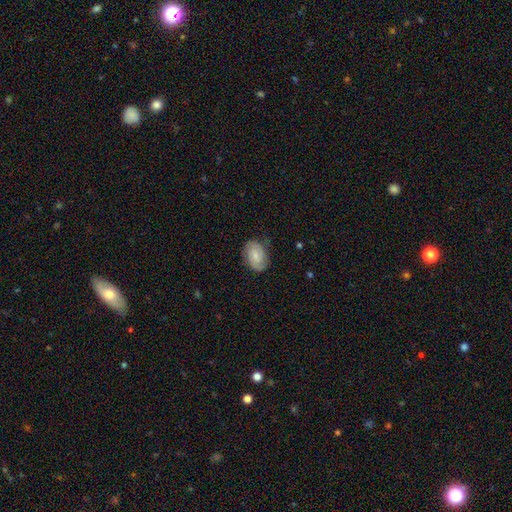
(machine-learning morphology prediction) Smooth or featured? Predicted: featured or disk (p=0.60). Edge-on disk? Predicted: no (p=0.97). Bar? Predicted: no (p=0.53). Spiral arms? Predicted: yes (p=0.92). Spiral winding? Predicted: tight (p=0.53). Spiral arm count? Predicted: 2 (p=0.78). Bulge size? Predicted: small (p=0.55). Merging? Predicted: none (p=0.77).